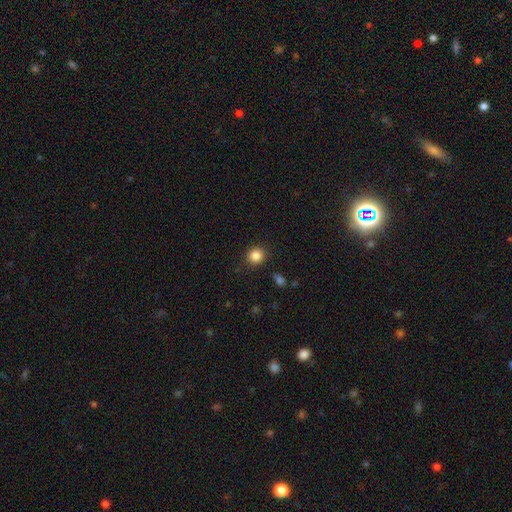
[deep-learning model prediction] This is clearly a smooth galaxy (85%). How rounded: clearly round (87%). Merging: clearly none (90%).